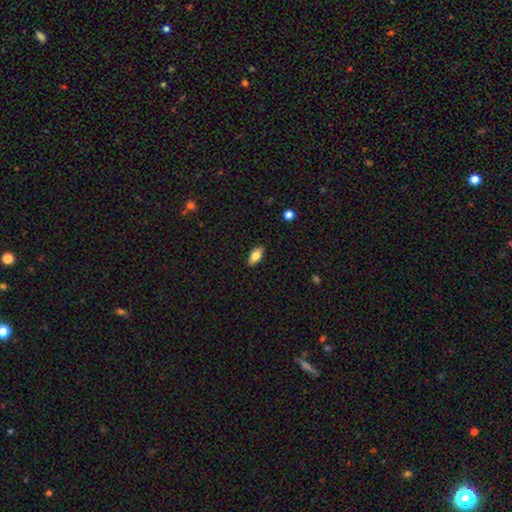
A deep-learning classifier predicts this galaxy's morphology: A smooth galaxy with no disk features (73%) that is in between round and cigar-shaped (86%).

Vote fractions:
- Smooth or featured? smooth: 73% / featured or disk: 20% / star or artifact: 7%
- How rounded? in between: 86% / cigar-shaped: 11% / round: 3%
- Merging? none: 89% / minor disturbance: 9% / major disturbance: 2% / merger: 1%